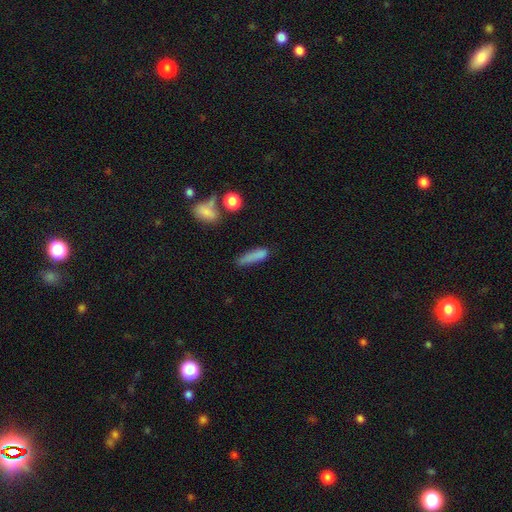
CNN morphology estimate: Smooth or featured? Predicted: smooth (p=0.81). How rounded? Predicted: cigar-shaped (p=0.75). Merging? Predicted: none (p=0.61).